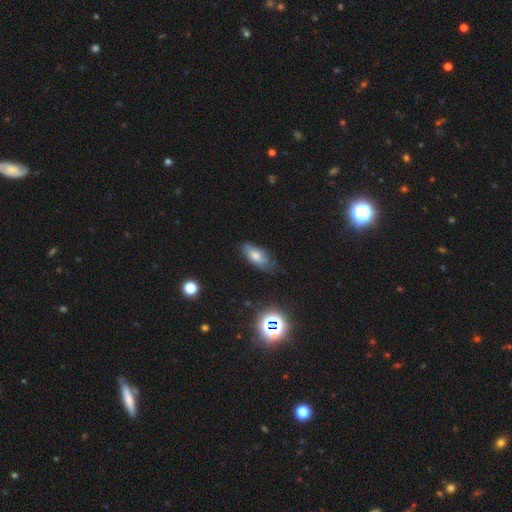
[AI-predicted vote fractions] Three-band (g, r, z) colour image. It shows a smooth galaxy with no disk features (61%) that is in between round and cigar-shaped (84%). Merging: none (59%).